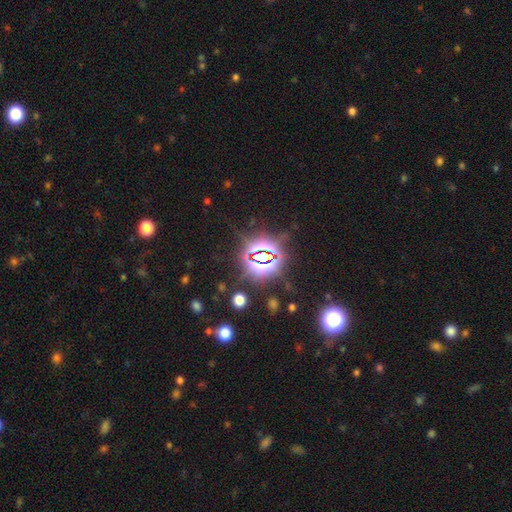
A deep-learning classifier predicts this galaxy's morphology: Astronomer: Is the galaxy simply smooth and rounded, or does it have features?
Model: star or artifact — 81%.